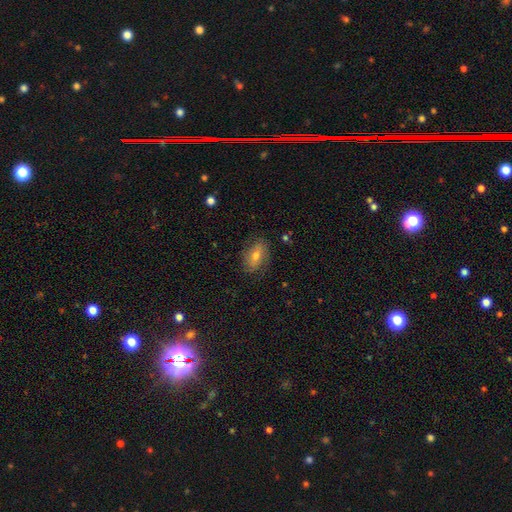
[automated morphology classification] smooth-or-featured: featured or disk: 47% | smooth: 39% | star or artifact: 14%
  merging: none: 78% | minor disturbance: 15% | major disturbance: 6% | merger: 1%